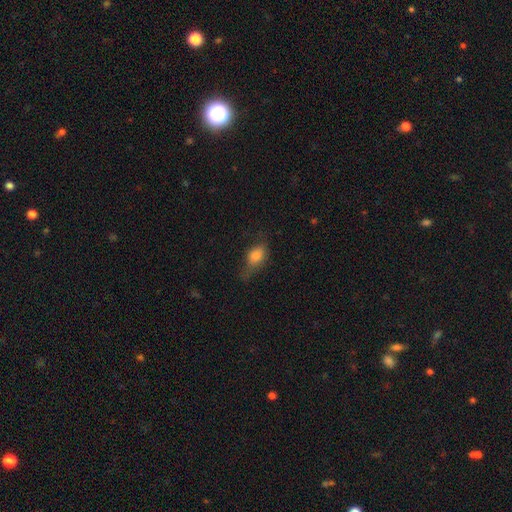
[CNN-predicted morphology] Overall: smooth (74%). How rounded: in between (79%). Merging: none (43%; minor disturbance 34%).